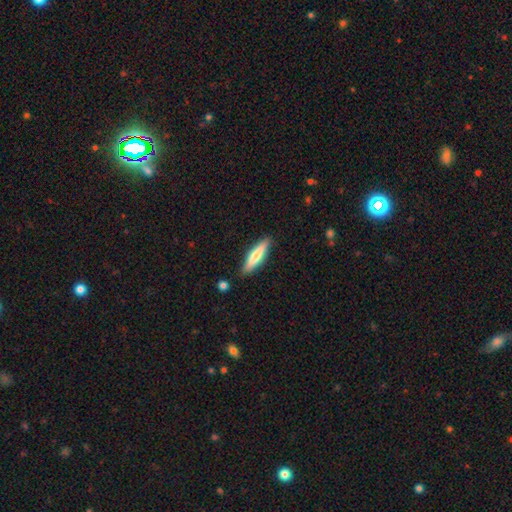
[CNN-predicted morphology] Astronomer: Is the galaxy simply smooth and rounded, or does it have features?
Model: smooth — 66%.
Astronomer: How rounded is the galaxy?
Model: cigar-shaped — 80%.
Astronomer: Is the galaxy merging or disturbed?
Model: none — 87%.